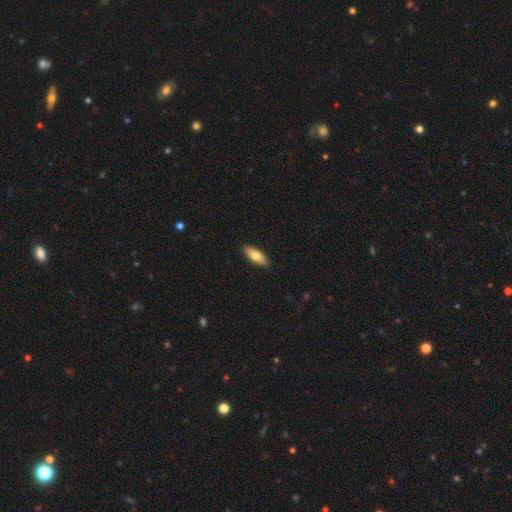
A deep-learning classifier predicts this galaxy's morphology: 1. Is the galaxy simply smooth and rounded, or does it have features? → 73% smooth, 21% featured or disk, 6% star or artifact.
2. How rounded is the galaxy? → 67% in between, 31% cigar-shaped, 2% round.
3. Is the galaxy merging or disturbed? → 90% none, 7% minor disturbance, 1% major disturbance, 1% merger.